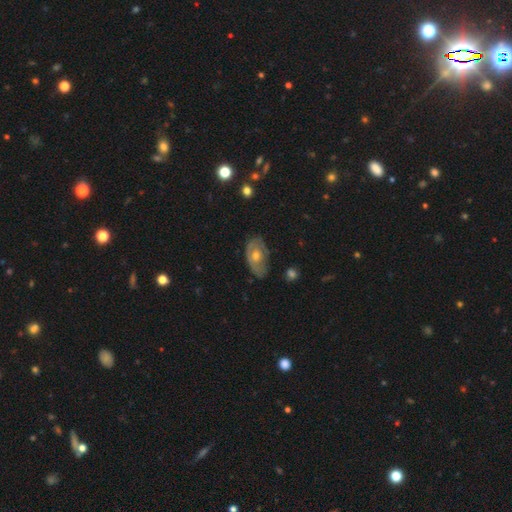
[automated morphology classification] Smooth or featured? featured or disk (59%)
Edge-on disk? no (91%)
Bar? no (86%)
Spiral arms? no (53%)
Bulge size? moderate (66%)
Merging? none (65%)